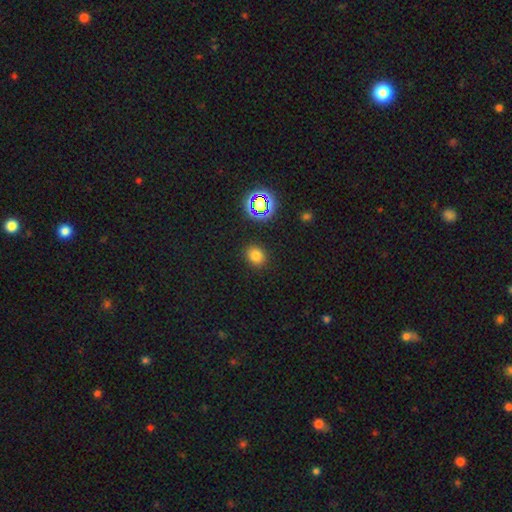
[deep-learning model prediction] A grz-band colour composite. It shows a smooth galaxy with no disk features (76%) that is round (71%). Merging: none (88%).